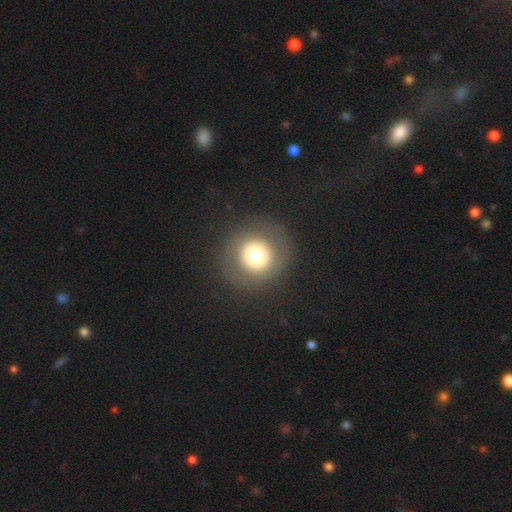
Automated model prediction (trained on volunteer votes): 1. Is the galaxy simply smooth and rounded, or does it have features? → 65% smooth, 24% featured or disk, 11% star or artifact.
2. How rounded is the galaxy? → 95% round, 4% in between, 1% cigar-shaped.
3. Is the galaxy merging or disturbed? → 86% none, 7% minor disturbance, 6% major disturbance, 1% merger.